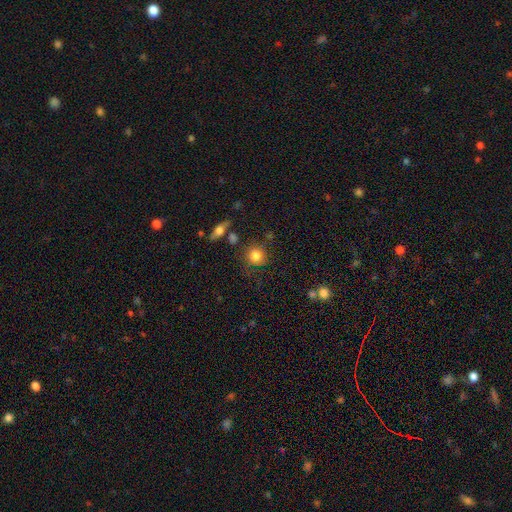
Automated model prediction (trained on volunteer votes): smooth_or_featured: smooth (p=0.82) [alt: star or artifact p=0.10]
how_rounded: round (p=0.88) [alt: in between p=0.10]
merging: none (p=0.78) [alt: minor disturbance p=0.12]